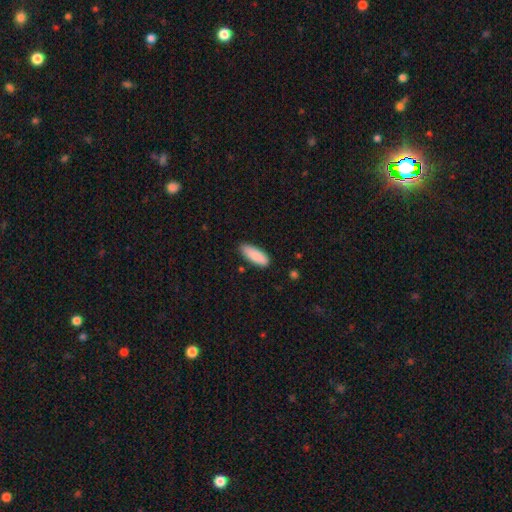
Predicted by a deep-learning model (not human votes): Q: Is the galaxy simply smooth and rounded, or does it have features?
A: smooth — 88%.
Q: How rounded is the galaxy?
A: in between — 71%.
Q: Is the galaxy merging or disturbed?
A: none — 83%.